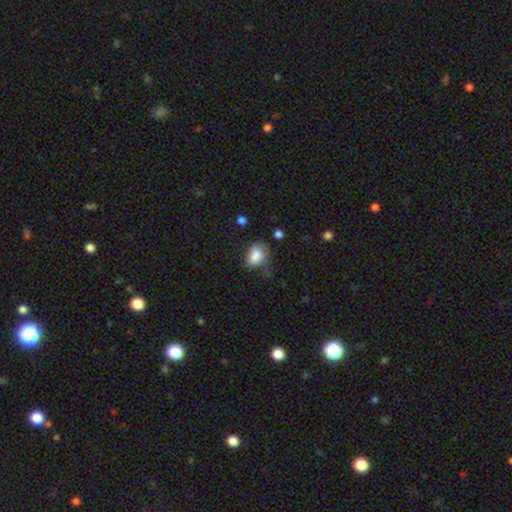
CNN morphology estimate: The model was most divided on "merging": none: 38%, minor disturbance: 34%, major disturbance: 24%, merger: 3%. More confident: smooth or featured — smooth (83%); how rounded — in between (79%).